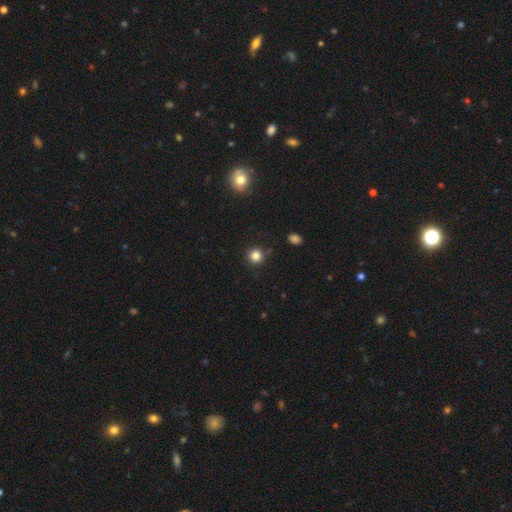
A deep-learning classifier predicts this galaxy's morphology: A smooth galaxy with no disk features (82%) that is round (93%). Merging: none (86%).